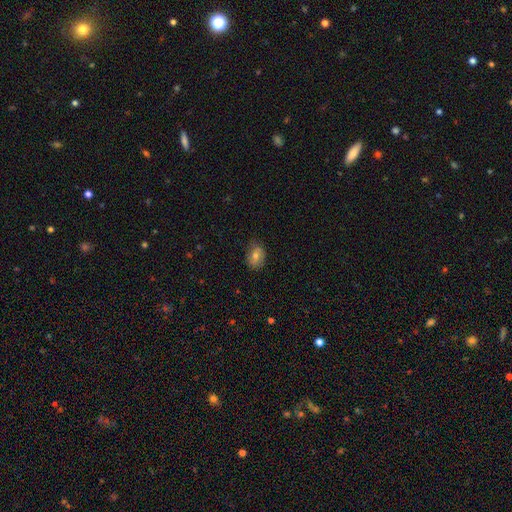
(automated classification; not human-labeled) Smooth or featured?
  - smooth: 60% *
  - featured or disk: 29%
  - star or artifact: 11%
How rounded?
  - in between: 76% *
  - round: 22%
  - cigar-shaped: 2%
Merging?
  - none: 76% *
  - minor disturbance: 19%
  - major disturbance: 4%
  - merger: 1%